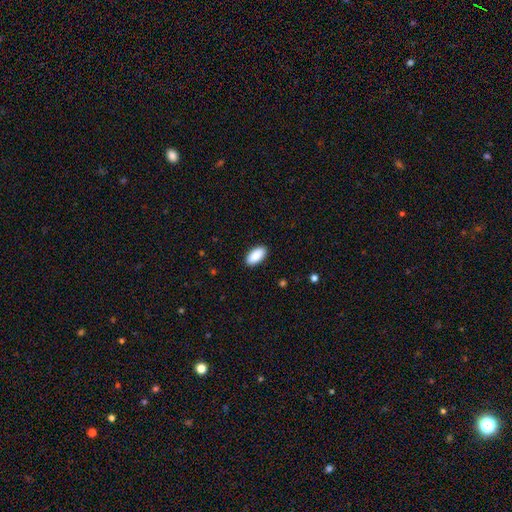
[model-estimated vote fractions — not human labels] A smooth galaxy with no disk features (91%) that is in between round and cigar-shaped (94%). Merging: none (90%).